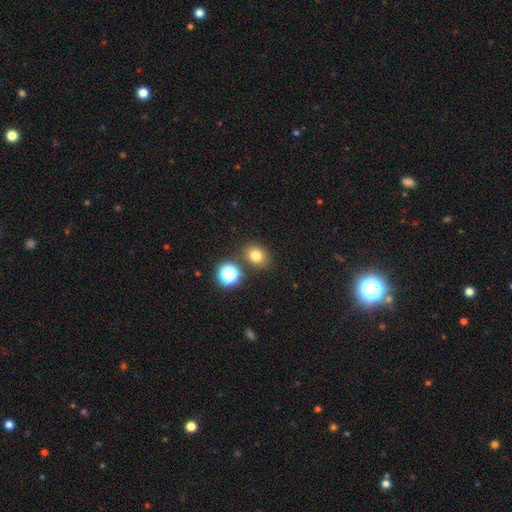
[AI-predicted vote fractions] Smooth or featured?
  - smooth: 77% *
  - star or artifact: 16%
  - featured or disk: 8%
How rounded?
  - round: 53% *
  - in between: 46%
  - cigar-shaped: 1%
Merging?
  - none: 80% *
  - minor disturbance: 9%
  - merger: 7%
  - major disturbance: 3%